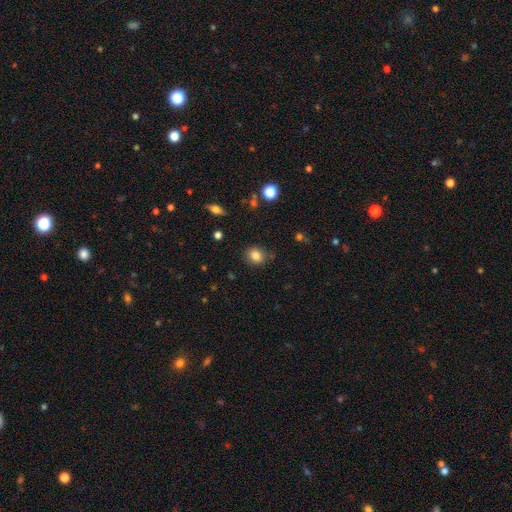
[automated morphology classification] Q: Smooth or featured?
A: smooth (83%); runner-up: star or artifact (11%)
Q: How rounded?
A: round (61%); runner-up: in between (38%)
Q: Merging?
A: none (83%); runner-up: minor disturbance (12%)